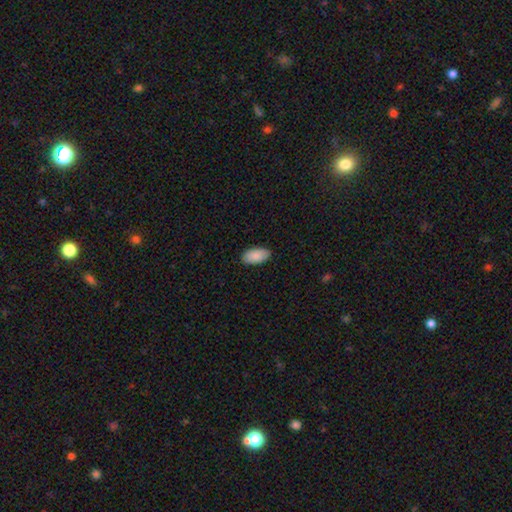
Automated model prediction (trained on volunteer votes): smooth-or-featured: smooth: 90% | star or artifact: 6% | featured or disk: 4%
  how-rounded: in between: 95% | cigar-shaped: 3% | round: 2%
  merging: none: 88% | minor disturbance: 9% | major disturbance: 2% | merger: 1%